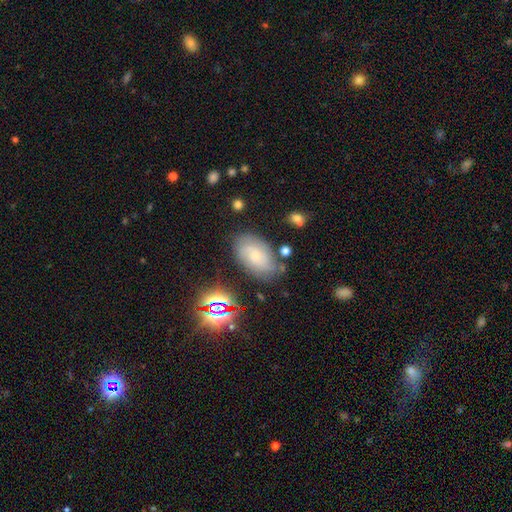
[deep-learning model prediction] Morphology: type=smooth (44%); merging=none (72%).